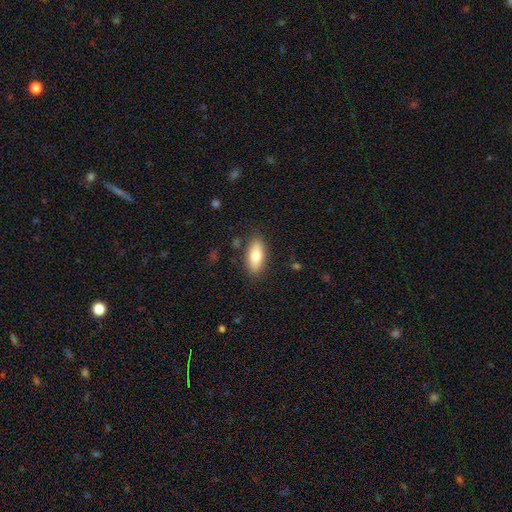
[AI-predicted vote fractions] A smooth galaxy with no disk features (76%) that is in between round and cigar-shaped (81%).

Vote fractions:
- Smooth or featured? smooth: 76% / featured or disk: 18% / star or artifact: 6%
- How rounded? in between: 81% / cigar-shaped: 16% / round: 3%
- Merging? none: 84% / minor disturbance: 11% / major disturbance: 3% / merger: 2%